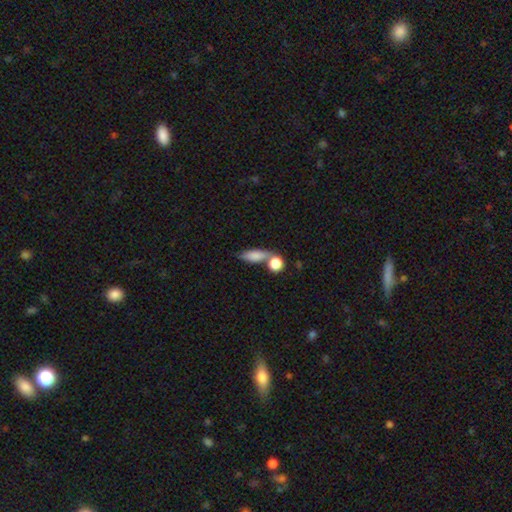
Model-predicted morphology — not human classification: Q: Smooth or featured?
A: smooth (79%); runner-up: featured or disk (13%)
Q: How rounded?
A: in between (65%); runner-up: cigar-shaped (22%)
Q: Merging?
A: none (45%); runner-up: merger (36%)